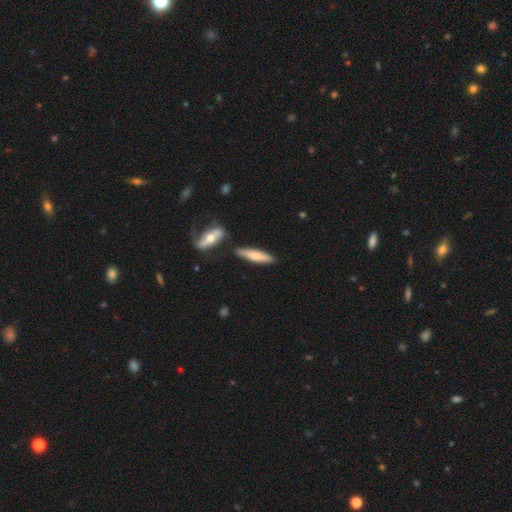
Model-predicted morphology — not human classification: A smooth galaxy with no disk features (67%) that is cigar-shaped (81%).

Vote fractions:
- Smooth or featured? smooth: 67% / featured or disk: 27% / star or artifact: 5%
- How rounded? cigar-shaped: 81% / in between: 17% / round: 2%
- Merging? none: 80% / minor disturbance: 10% / merger: 7% / major disturbance: 2%